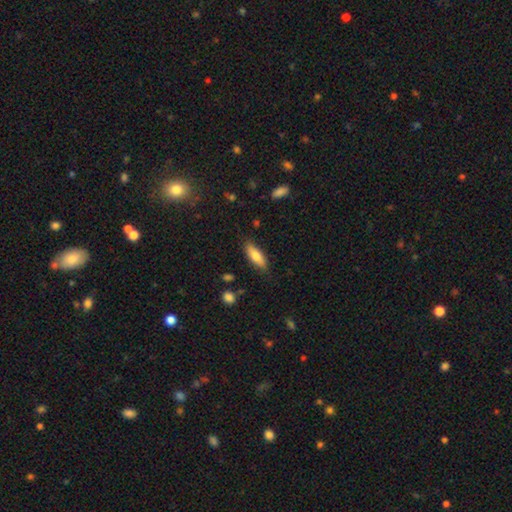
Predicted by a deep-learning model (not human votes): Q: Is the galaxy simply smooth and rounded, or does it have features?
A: smooth — 75%.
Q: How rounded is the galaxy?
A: in between — 61%.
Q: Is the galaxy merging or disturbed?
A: none — 82%.